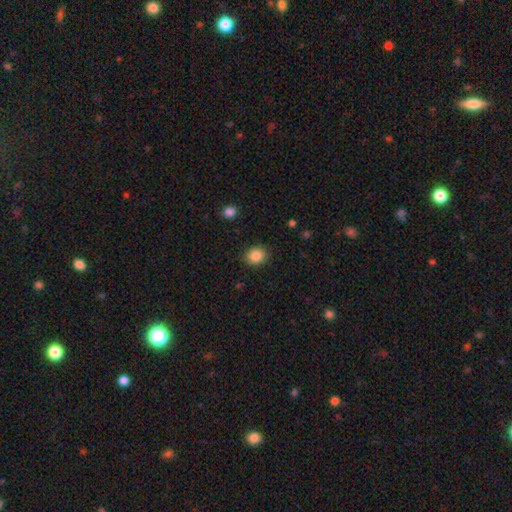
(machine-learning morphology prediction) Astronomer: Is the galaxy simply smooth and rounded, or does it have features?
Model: smooth — 86%.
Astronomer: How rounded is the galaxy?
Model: round — 60% (runner-up: in between, 39%).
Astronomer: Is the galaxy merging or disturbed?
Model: none — 87%.